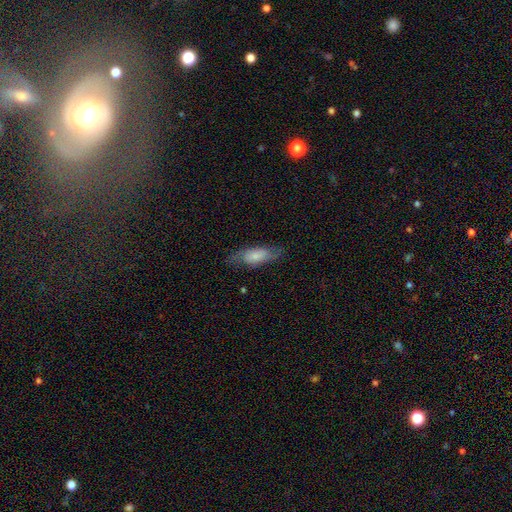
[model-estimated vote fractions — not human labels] Smooth or featured? smooth (63%)
How rounded? in between (64%)
Merging? none (71%)